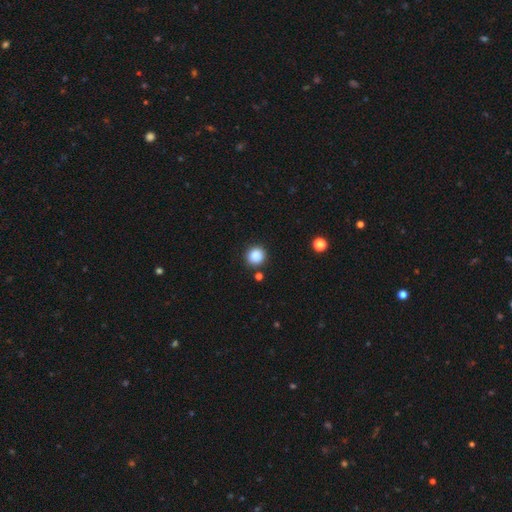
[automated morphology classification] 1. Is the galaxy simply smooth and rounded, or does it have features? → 87% smooth, 10% star or artifact, 3% featured or disk.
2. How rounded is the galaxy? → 90% round, 9% in between, 1% cigar-shaped.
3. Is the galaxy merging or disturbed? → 87% none, 8% minor disturbance, 3% merger, 2% major disturbance.